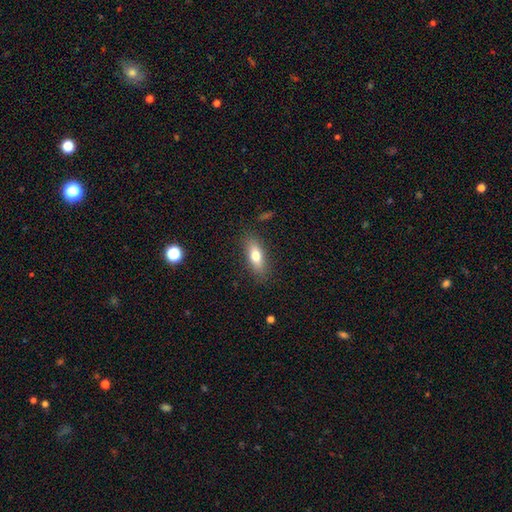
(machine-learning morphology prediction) Overall: smooth (73%). How rounded: in between (71%). Merging: none (84%).